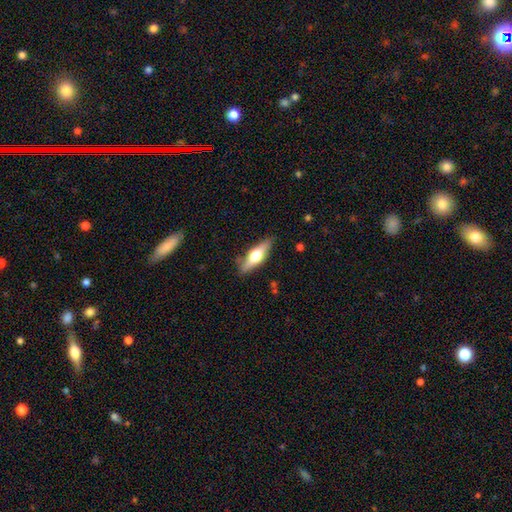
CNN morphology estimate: featured or disk 49%, smooth 45%, star or artifact 6%. Down the decision tree: merging — none (83%).